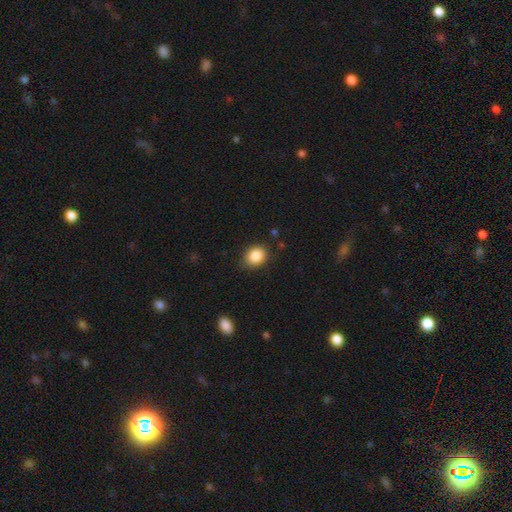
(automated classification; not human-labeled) smooth 87%, star or artifact 9%, featured or disk 4%. Down the decision tree: how rounded — round (53%); merging — none (80%).